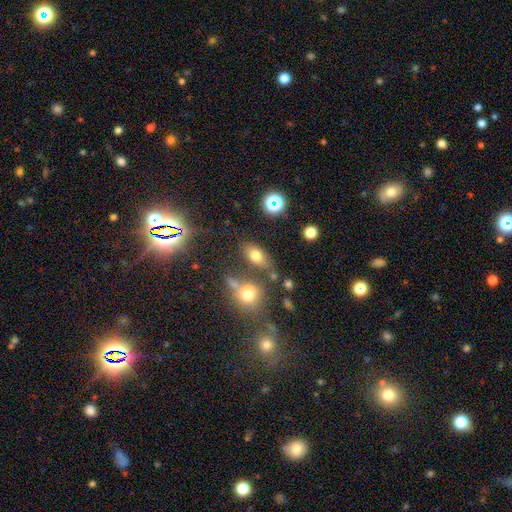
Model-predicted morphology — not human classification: Smooth or featured: smooth — 72% (star or artifact — 16%)
How rounded: in between — 81% (round — 16%)
Merging: none — 65% (minor disturbance — 15%)